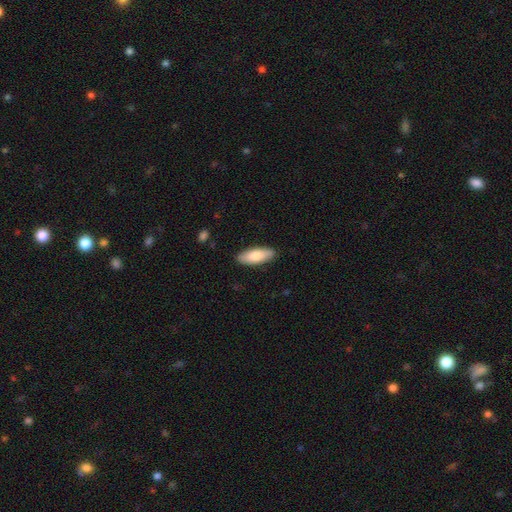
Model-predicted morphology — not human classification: This appears to be a smooth galaxy with no disk features (81%) that is in between round and cigar-shaped (74%). Merging: none (87%).